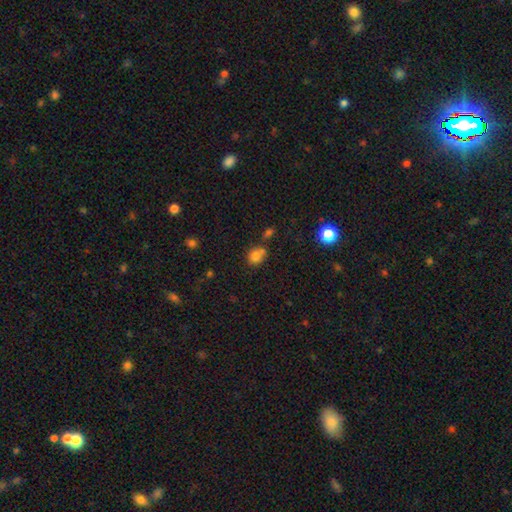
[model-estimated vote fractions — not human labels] Morphology: type=smooth (78%); roundness=round (75%); merging=none (50%).